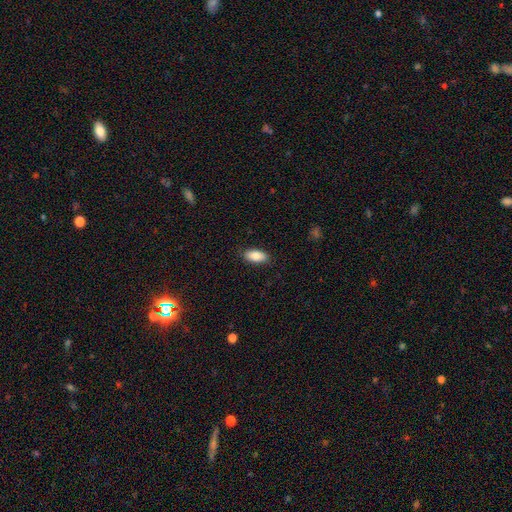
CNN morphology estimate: The model was most divided on "smooth or featured": smooth: 84%, featured or disk: 10%, star or artifact: 7%. More confident: how rounded — in between (92%); merging — none (87%).